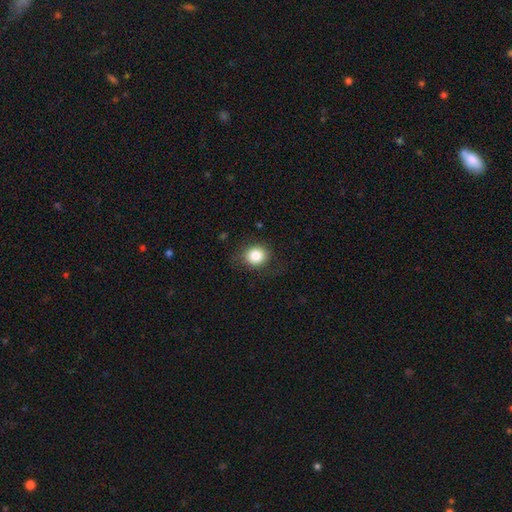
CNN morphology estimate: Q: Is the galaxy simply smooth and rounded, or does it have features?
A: smooth — 85%.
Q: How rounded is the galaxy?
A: round — 76%.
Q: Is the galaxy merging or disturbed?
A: none — 82%.